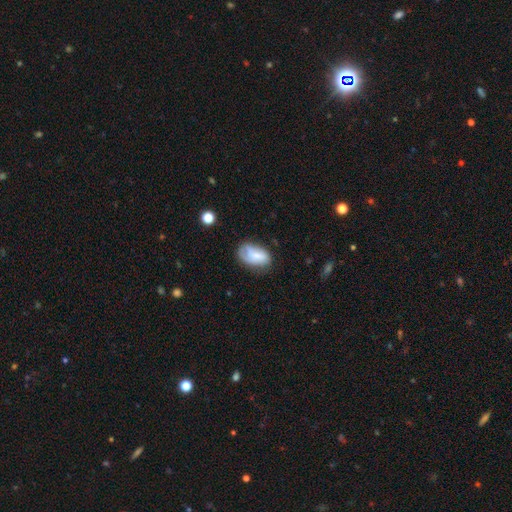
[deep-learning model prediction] Smooth or featured: smooth — 67% (featured or disk — 25%)
How rounded: in between — 90% (round — 8%)
Merging: none — 51% (minor disturbance — 33%)